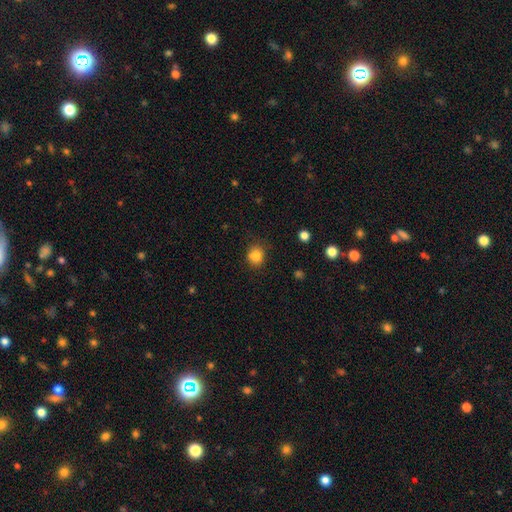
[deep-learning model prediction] This appears to be a smooth galaxy with no disk features (83%) that is round (81%). Merging: none (82%).